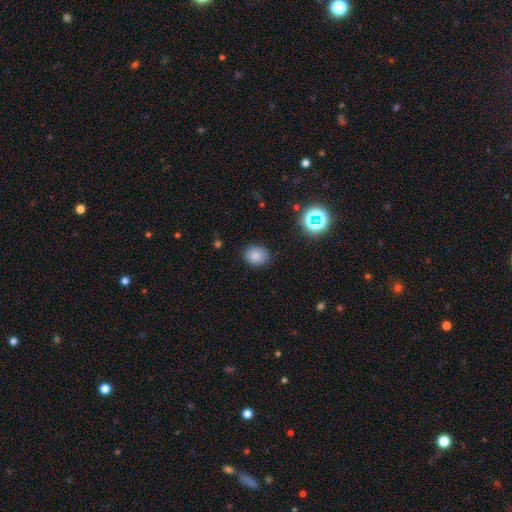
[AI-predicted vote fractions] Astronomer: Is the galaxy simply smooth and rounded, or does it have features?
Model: smooth — 80%.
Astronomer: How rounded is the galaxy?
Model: round — 56% (runner-up: in between, 43%).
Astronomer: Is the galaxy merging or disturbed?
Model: none — 82%.